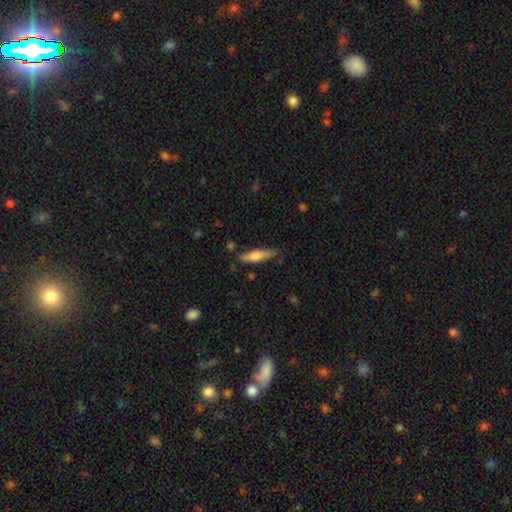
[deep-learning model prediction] Smooth or featured?
  - smooth: 63% *
  - featured or disk: 31%
  - star or artifact: 6%
How rounded?
  - cigar-shaped: 73% *
  - in between: 26%
  - round: 2%
Merging?
  - none: 78% *
  - minor disturbance: 16%
  - major disturbance: 3%
  - merger: 3%